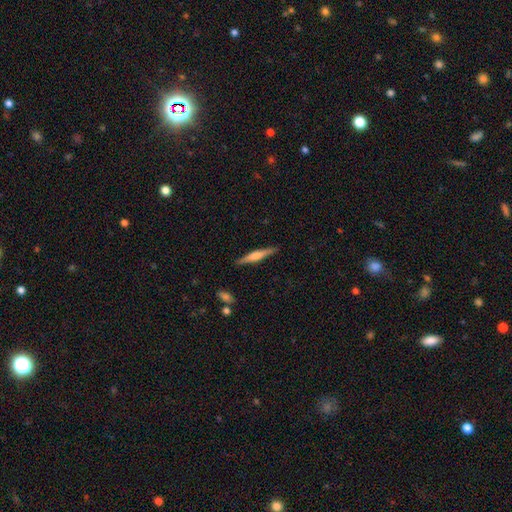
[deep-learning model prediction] smooth-or-featured: featured or disk: 53% | smooth: 41% | star or artifact: 6%
  disk-edge-on: yes: 97% | no: 3%
    edge-on-bulge: rounded: 52% | boxy: 34% | none: 14%
  merging: none: 88% | minor disturbance: 8% | major disturbance: 2% | merger: 1%